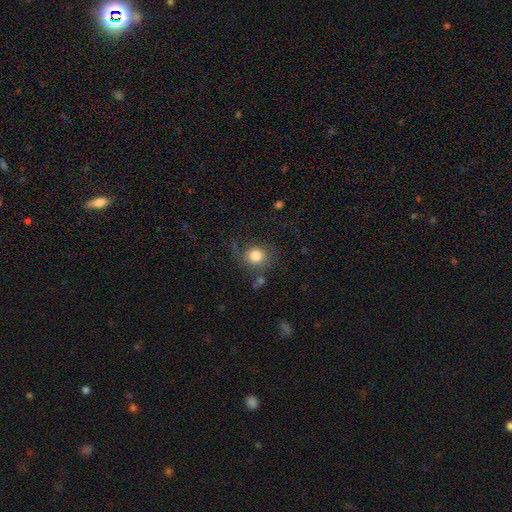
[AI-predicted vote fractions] smooth_or_featured: smooth (p=0.80) [alt: featured or disk p=0.10]
how_rounded: round (p=0.86) [alt: in between p=0.13]
merging: none (p=0.68) [alt: minor disturbance p=0.16]